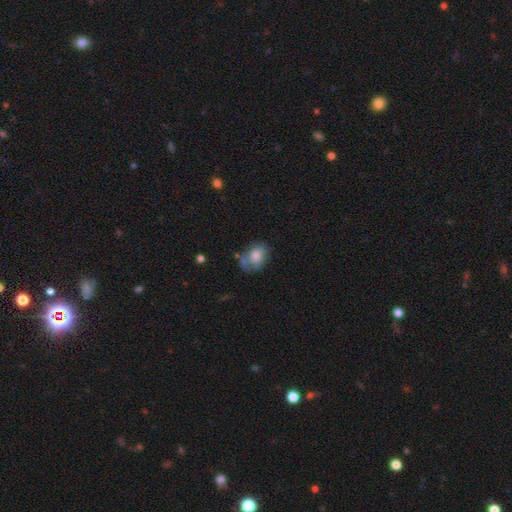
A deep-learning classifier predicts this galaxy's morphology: Smooth or featured: smooth — 61% (featured or disk — 30%)
How rounded: in between — 69% (round — 30%)
Merging: none — 48% (minor disturbance — 29%)